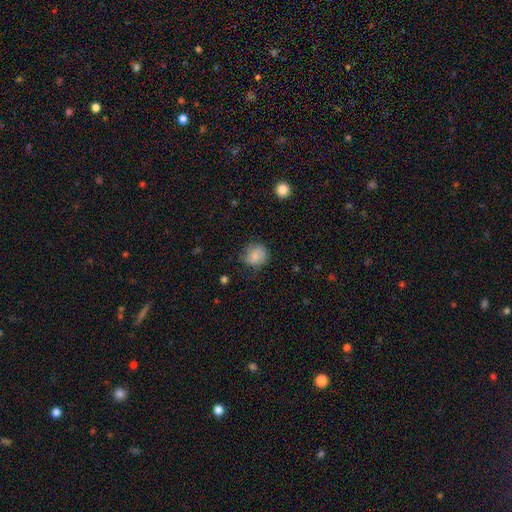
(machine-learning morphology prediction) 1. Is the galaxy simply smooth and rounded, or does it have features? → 83% smooth, 9% star or artifact, 8% featured or disk.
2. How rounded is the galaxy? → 74% round, 25% in between, 1% cigar-shaped.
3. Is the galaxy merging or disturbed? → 69% none, 23% minor disturbance, 6% major disturbance, 1% merger.